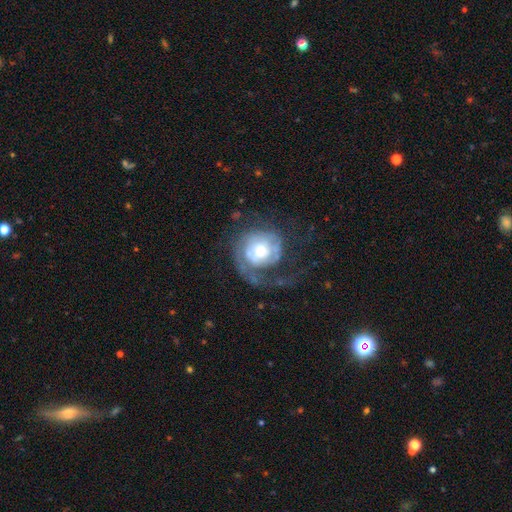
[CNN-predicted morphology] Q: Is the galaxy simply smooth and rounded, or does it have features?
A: featured or disk — 75%.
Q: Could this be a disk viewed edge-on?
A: no — 97%.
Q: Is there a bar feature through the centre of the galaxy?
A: no — 74%.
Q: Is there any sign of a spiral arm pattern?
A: yes — 85%.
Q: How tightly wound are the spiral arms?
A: tight — 48%.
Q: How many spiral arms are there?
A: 1 — 37%.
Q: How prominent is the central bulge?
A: moderate — 58%.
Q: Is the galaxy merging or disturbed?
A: none — 46%.